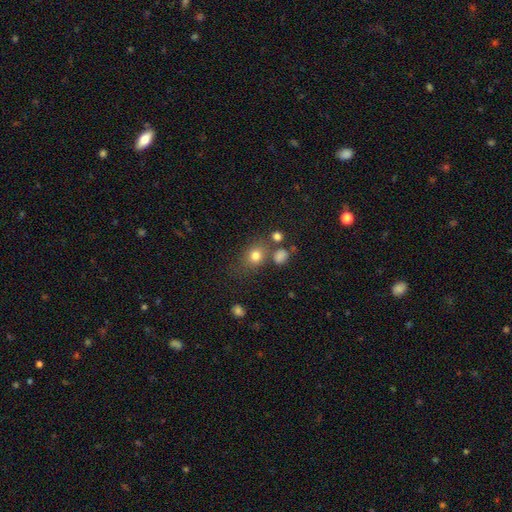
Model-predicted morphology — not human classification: Smooth or featured?
  - smooth: 77% *
  - star or artifact: 14%
  - featured or disk: 9%
How rounded?
  - round: 64% *
  - in between: 35%
  - cigar-shaped: 1%
Merging?
  - none: 65% *
  - minor disturbance: 15%
  - merger: 12%
  - major disturbance: 7%